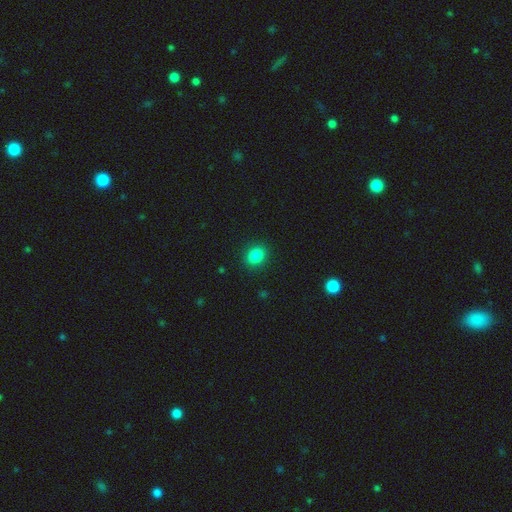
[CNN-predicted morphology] smooth-or-featured: smooth: 86% | star or artifact: 11% | featured or disk: 4%
  how-rounded: round: 50% | in between: 49% | cigar-shaped: 1%
  merging: none: 90% | minor disturbance: 7% | major disturbance: 2% | merger: 1%